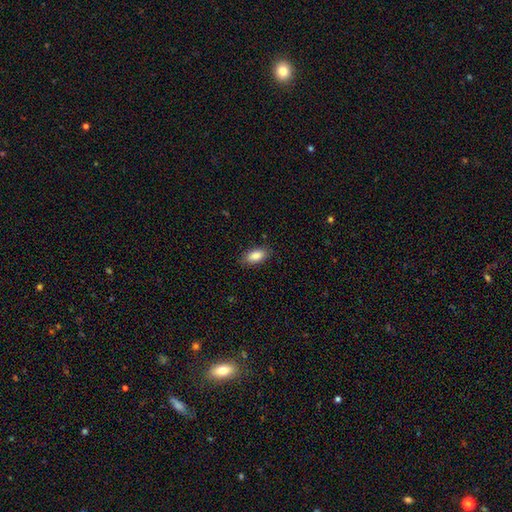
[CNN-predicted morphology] Smooth or featured?
  - smooth: 88% *
  - star or artifact: 7%
  - featured or disk: 5%
How rounded?
  - in between: 91% *
  - cigar-shaped: 6%
  - round: 3%
Merging?
  - none: 86% *
  - minor disturbance: 10%
  - major disturbance: 2%
  - merger: 1%